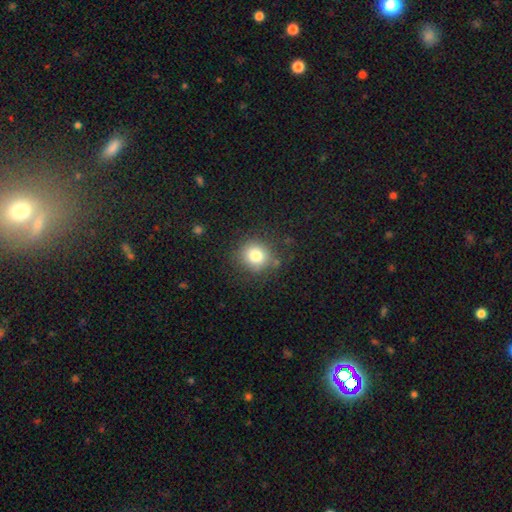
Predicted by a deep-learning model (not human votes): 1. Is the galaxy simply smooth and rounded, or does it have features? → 80% smooth, 12% star or artifact, 8% featured or disk.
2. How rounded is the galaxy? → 86% round, 13% in between, 1% cigar-shaped.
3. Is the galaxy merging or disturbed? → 82% none, 12% minor disturbance, 4% major disturbance, 3% merger.